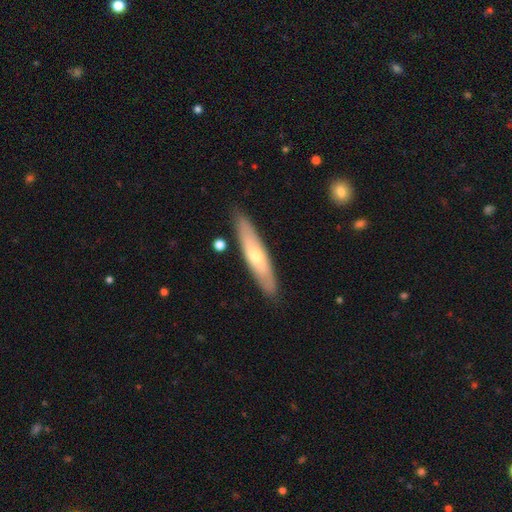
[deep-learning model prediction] Q: Smooth or featured?
A: smooth (48%); runner-up: featured or disk (47%)
Q: Merging?
A: none (86%); runner-up: minor disturbance (10%)